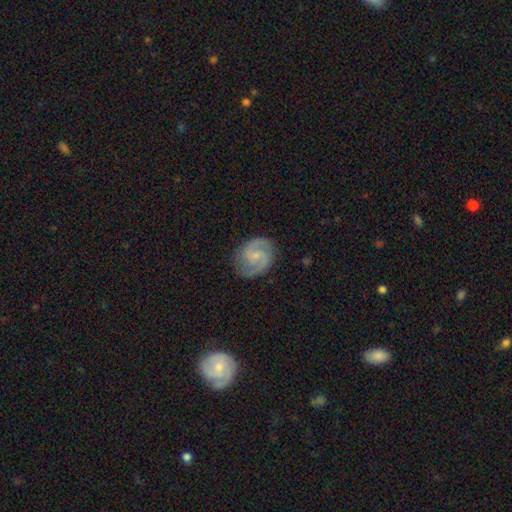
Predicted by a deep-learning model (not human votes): A featured or disk galaxy (85%) with a weak bar (50%), 2 (91%) medium (56%) spiral arms (97%) and a small central bulge (65%). Merging: none (84%).